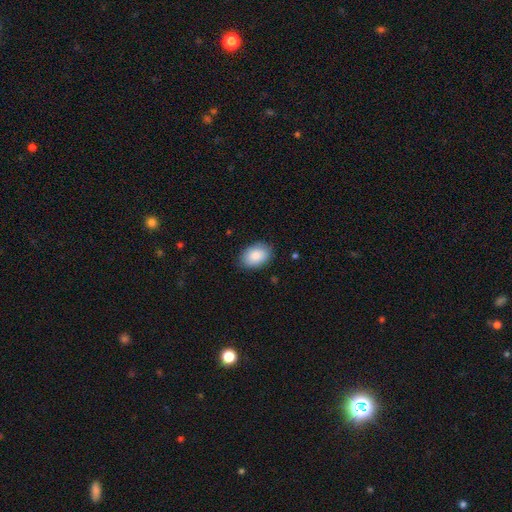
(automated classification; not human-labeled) Q: Smooth or featured?
A: smooth (87%); runner-up: star or artifact (7%)
Q: How rounded?
A: in between (85%); runner-up: round (14%)
Q: Merging?
A: none (86%); runner-up: minor disturbance (10%)